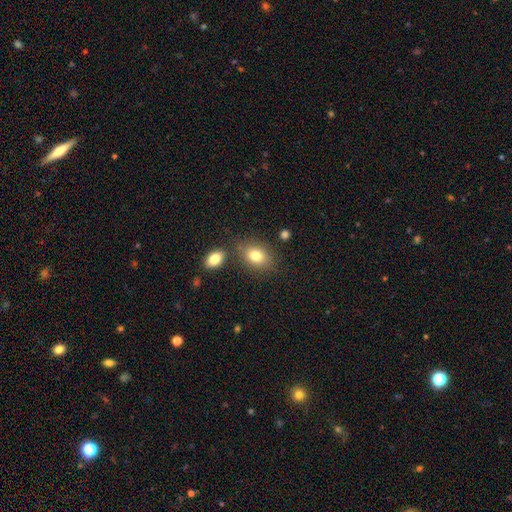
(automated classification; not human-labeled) Smooth or featured? smooth (79%)
How rounded? in between (77%)
Merging? none (71%)